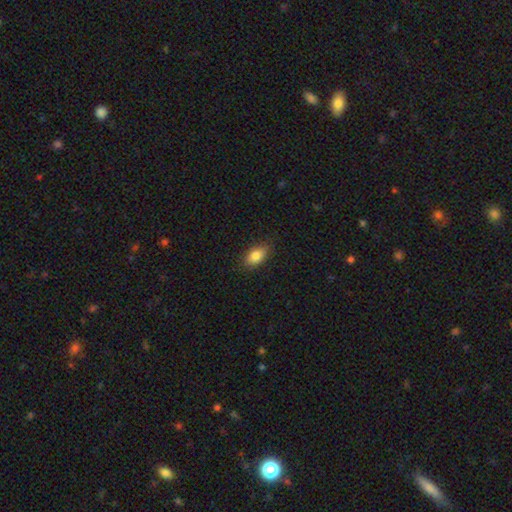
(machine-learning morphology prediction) Smooth or featured: smooth — 85% (featured or disk — 7%)
How rounded: in between — 90% (round — 7%)
Merging: none — 84% (minor disturbance — 12%)